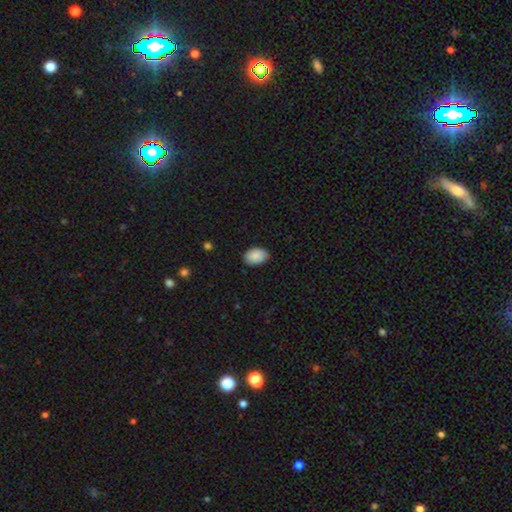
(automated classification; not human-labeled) Morphology: type=smooth (87%); roundness=in between (85%); merging=none (83%).